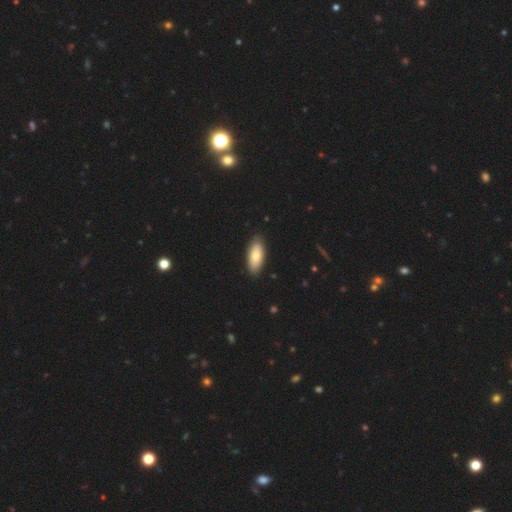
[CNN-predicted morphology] Q: Smooth or featured?
A: smooth (77%); runner-up: featured or disk (18%)
Q: How rounded?
A: in between (85%); runner-up: cigar-shaped (13%)
Q: Merging?
A: none (87%); runner-up: minor disturbance (10%)